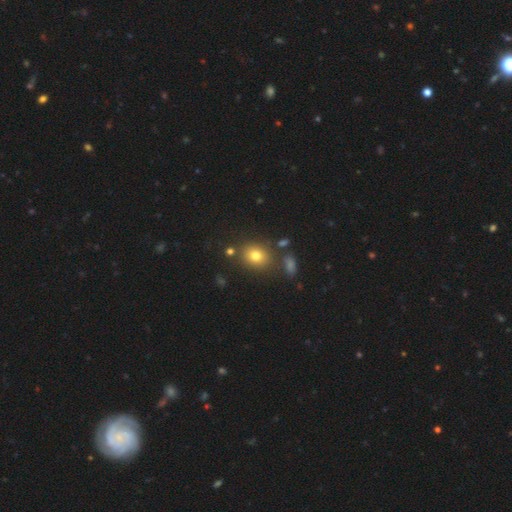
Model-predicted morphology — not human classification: A smooth galaxy with no disk features (76%) that is round (65%). Merging: none (78%).